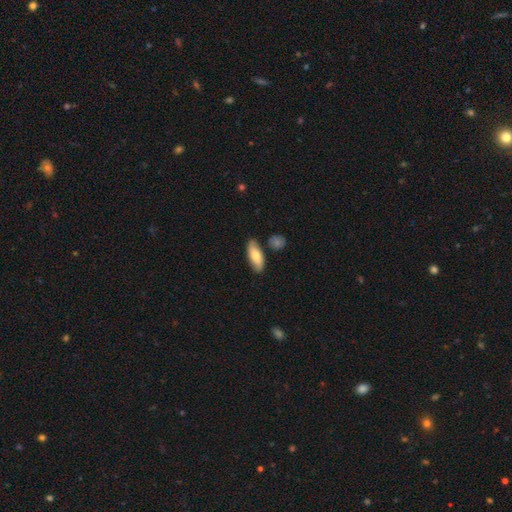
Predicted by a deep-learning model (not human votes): A smooth galaxy with no disk features (68%) that is in between round and cigar-shaped (77%). Merging: none (79%).